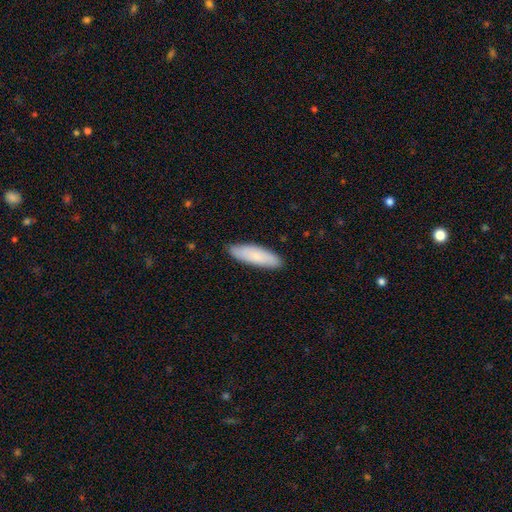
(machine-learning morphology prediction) A smooth galaxy with no disk features (78%) that is cigar-shaped (53%).

Vote fractions:
- Smooth or featured? smooth: 78% / featured or disk: 16% / star or artifact: 6%
- How rounded? cigar-shaped: 53% / in between: 45% / round: 2%
- Merging? none: 87% / minor disturbance: 10% / major disturbance: 2% / merger: 1%